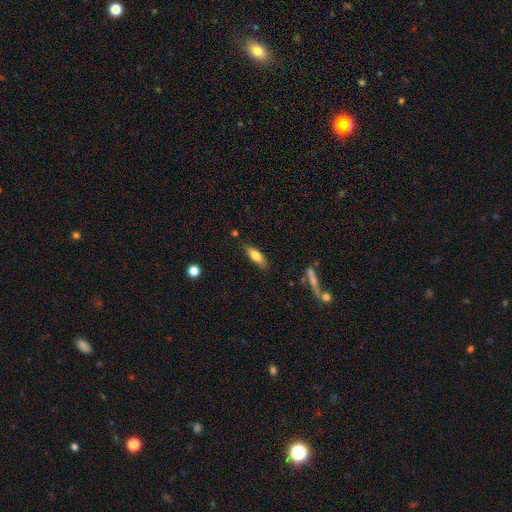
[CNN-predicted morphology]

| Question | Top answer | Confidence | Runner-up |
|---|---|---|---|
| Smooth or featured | smooth | 74% | featured or disk (19%) |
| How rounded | in between | 58% | cigar-shaped (40%) |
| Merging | none | 80% | minor disturbance (15%) |